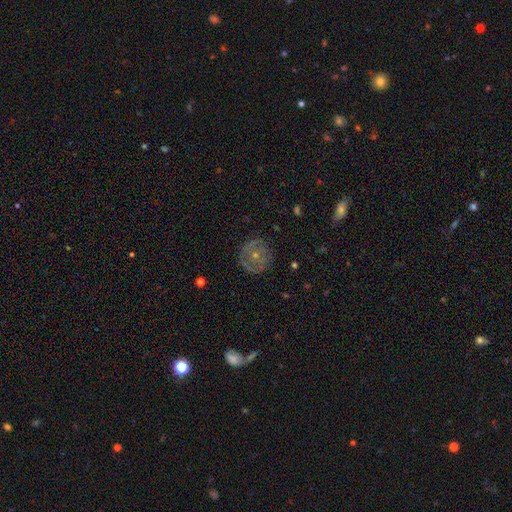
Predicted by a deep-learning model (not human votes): A featured or disk galaxy (51%).

Vote fractions:
- Smooth or featured? featured or disk: 51% / smooth: 39% / star or artifact: 10%
- Edge-on disk? no: 96% / yes: 4%
- Merging? none: 79% / minor disturbance: 14% / major disturbance: 5% / merger: 1%